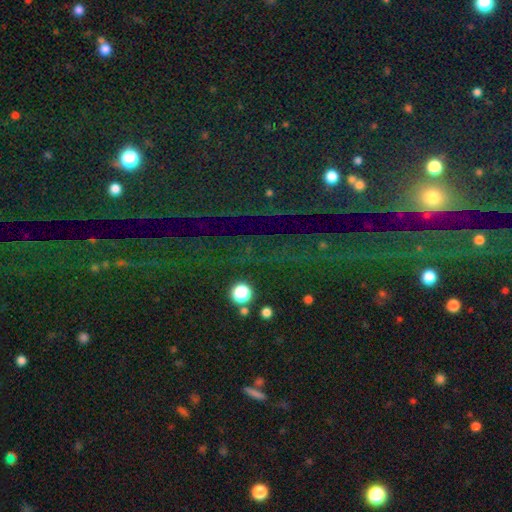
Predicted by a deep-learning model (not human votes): This is clearly a star or artifact rather than a galaxy (81%).